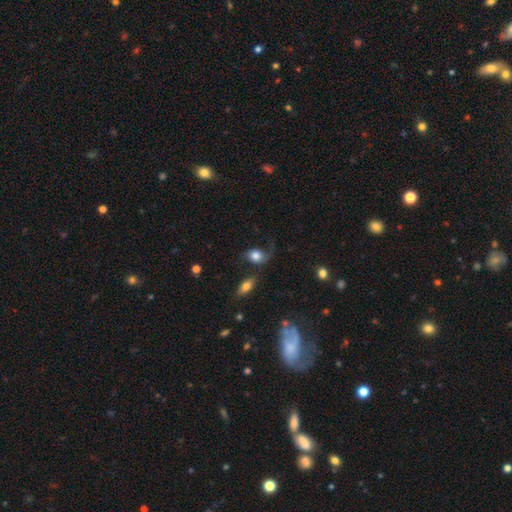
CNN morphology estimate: smooth_or_featured: smooth (p=0.62) [alt: featured or disk p=0.30]
how_rounded: in between (p=0.55) [alt: round p=0.43]
merging: none (p=0.38) [alt: major disturbance p=0.34]